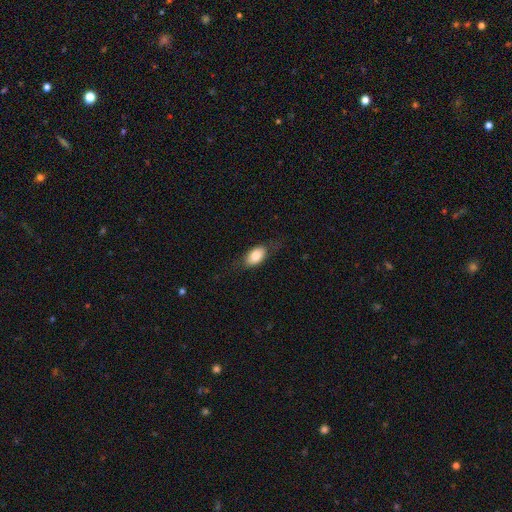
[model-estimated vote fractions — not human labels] This appears to be a smooth galaxy with no disk features (78%) that is in between round and cigar-shaped (90%). Merging: none (72%).